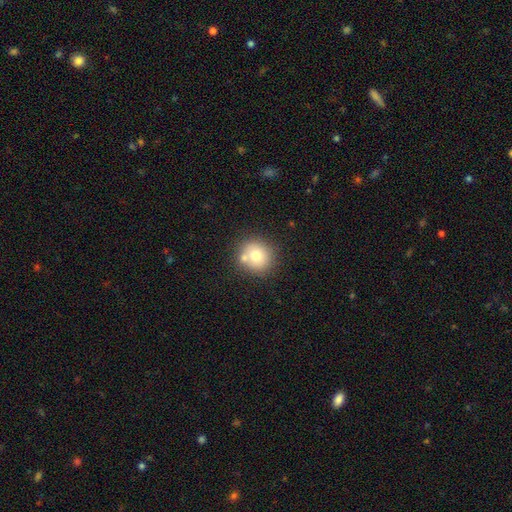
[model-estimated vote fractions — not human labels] A smooth galaxy with no disk features (72%) that is round (89%). Merging: none (63%).